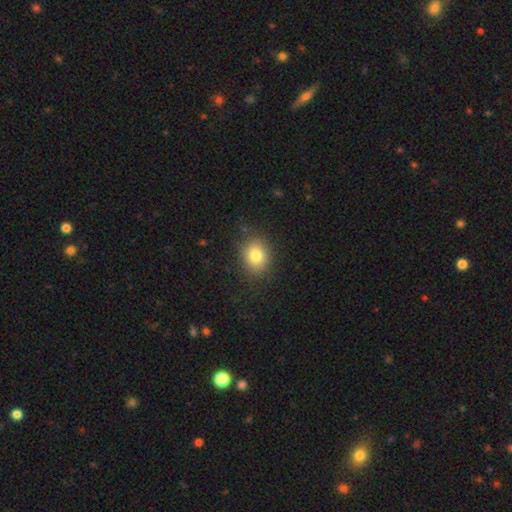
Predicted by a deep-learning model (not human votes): smooth 81%, star or artifact 11%, featured or disk 9%. Down the decision tree: how rounded — round (56%); merging — none (84%).